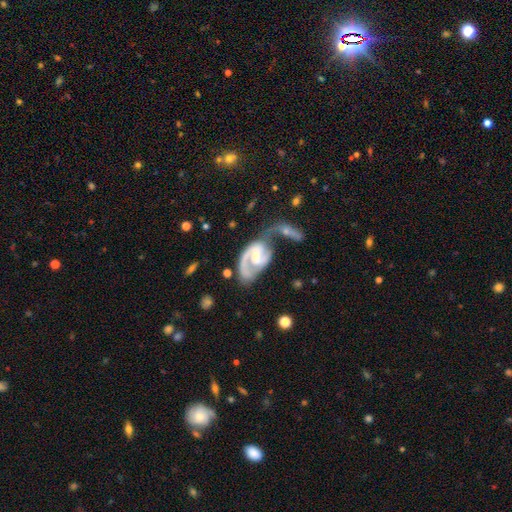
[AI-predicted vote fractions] Q: Smooth or featured?
A: featured or disk (84%); runner-up: smooth (10%)
Q: Edge-on disk?
A: no (97%); runner-up: yes (3%)
Q: Bar?
A: weak (44%); runner-up: no (34%)
Q: Spiral arms?
A: yes (93%); runner-up: no (7%)
Q: Spiral winding?
A: medium (47%); runner-up: tight (28%)
Q: Spiral arm count?
A: 2 (63%); runner-up: 1 (28%)
Q: Bulge size?
A: small (41%); runner-up: moderate (33%)
Q: Merging?
A: merger (35%); runner-up: none (26%)